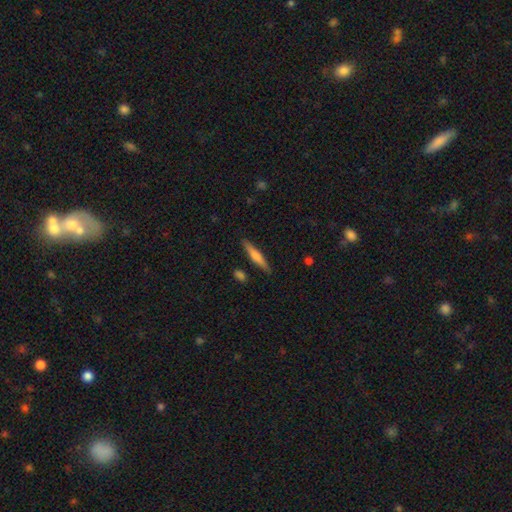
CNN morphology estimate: A smooth galaxy with no disk features (54%) that is cigar-shaped (91%).

Vote fractions:
- Smooth or featured? smooth: 54% / featured or disk: 40% / star or artifact: 6%
- How rounded? cigar-shaped: 91% / in between: 8% / round: 2%
- Merging? none: 88% / minor disturbance: 8% / merger: 2% / major disturbance: 2%